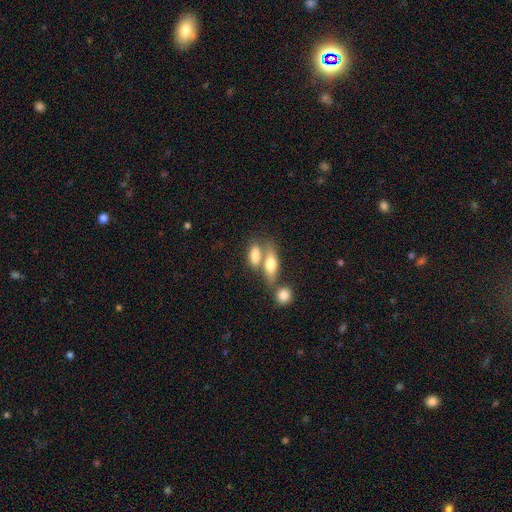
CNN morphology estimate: This appears to be a smooth galaxy with no disk features (74%) that is in between round and cigar-shaped (73%). Merging: merger (45%).